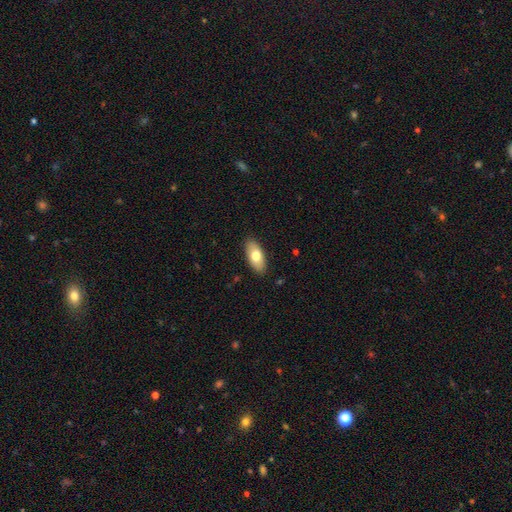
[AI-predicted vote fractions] smooth-or-featured: smooth: 73% | featured or disk: 21% | star or artifact: 6%
  how-rounded: in between: 90% | cigar-shaped: 7% | round: 3%
  merging: none: 88% | minor disturbance: 9% | major disturbance: 2% | merger: 1%